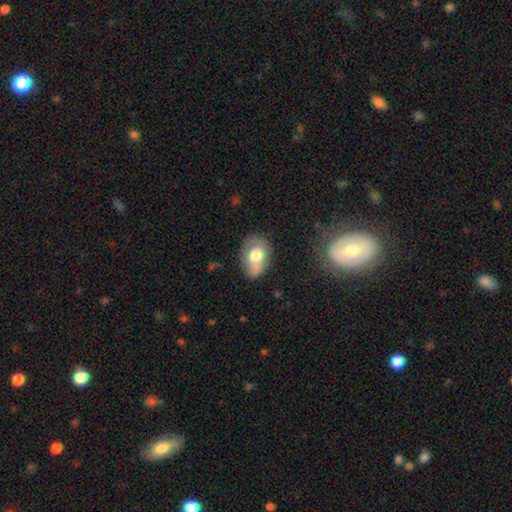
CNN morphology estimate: The model was most divided on "merging": none: 54%, minor disturbance: 29%, major disturbance: 11%, merger: 6%. More confident: how rounded — in between (76%); smooth or featured — smooth (65%).